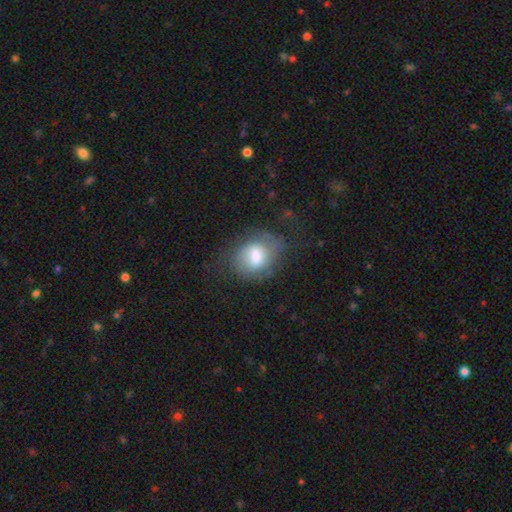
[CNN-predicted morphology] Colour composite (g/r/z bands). It shows a smooth galaxy with no disk features (61%) that is in between round and cigar-shaped (62%). Merging: none (52%).